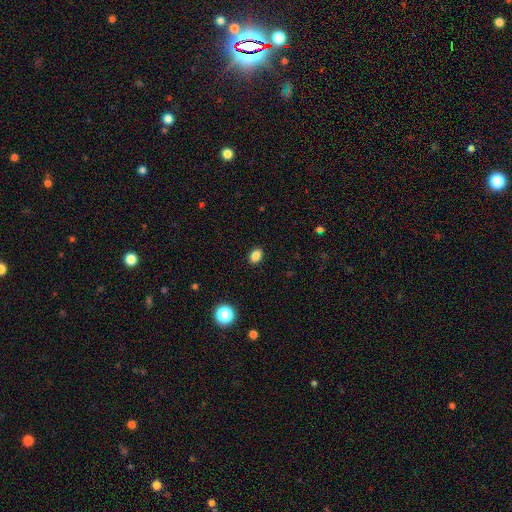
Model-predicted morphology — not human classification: A smooth galaxy with no disk features (85%) that is in between round and cigar-shaped (67%).

Vote fractions:
- Smooth or featured? smooth: 85% / star or artifact: 11% / featured or disk: 4%
- How rounded? in between: 67% / round: 32% / cigar-shaped: 1%
- Merging? none: 90% / minor disturbance: 7% / major disturbance: 2% / merger: 1%